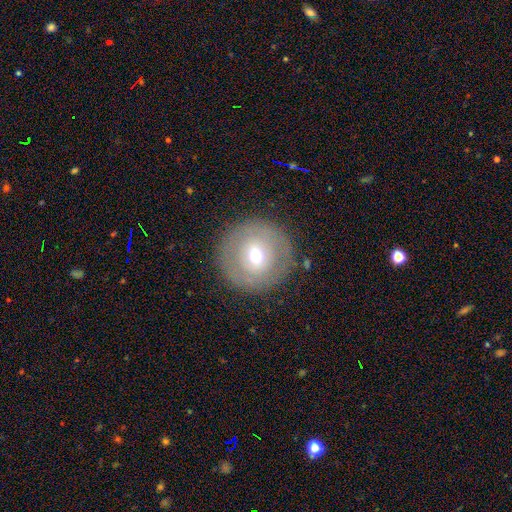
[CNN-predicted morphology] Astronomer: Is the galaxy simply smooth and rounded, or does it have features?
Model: smooth — 56% (runner-up: featured or disk, 34%).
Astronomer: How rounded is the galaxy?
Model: round — 96%.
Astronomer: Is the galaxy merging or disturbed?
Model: none — 86%.